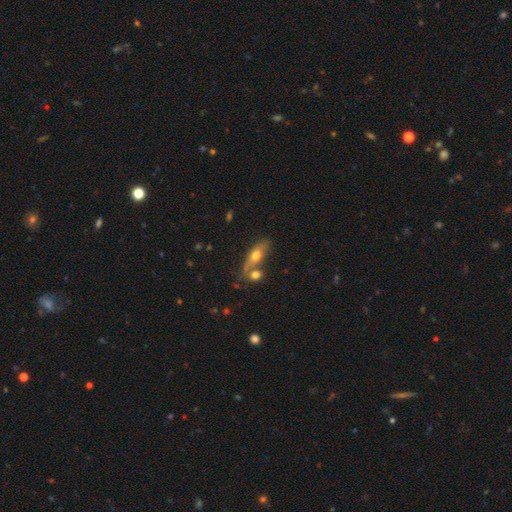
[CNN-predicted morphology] smooth 61%, featured or disk 32%, star or artifact 8%. Down the decision tree: how rounded — in between (71%); merging — none (41%).